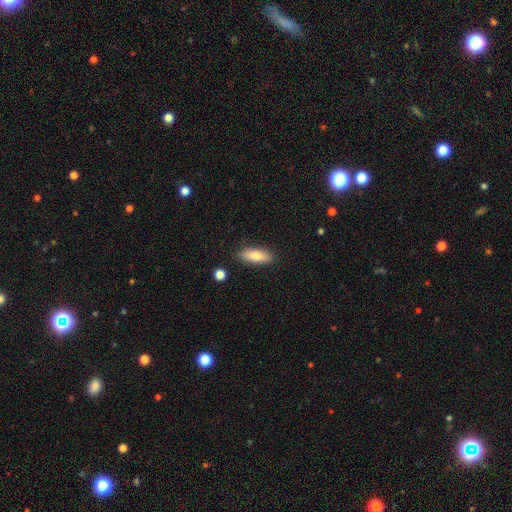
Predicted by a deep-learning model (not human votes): The model was most divided on "how rounded": in between: 66%, cigar-shaped: 32%, round: 2%. More confident: merging — none (86%); smooth or featured — smooth (79%).